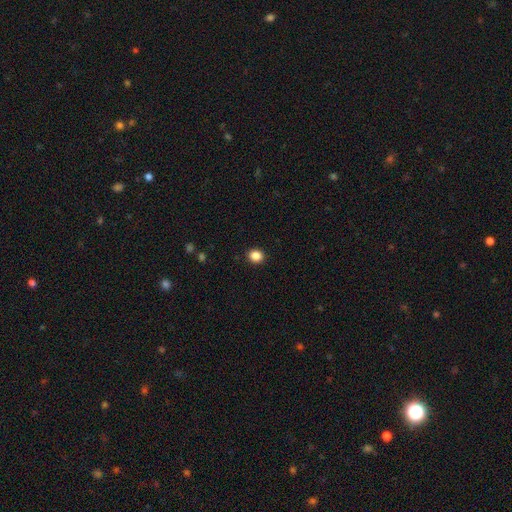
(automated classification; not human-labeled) Overall: smooth (86%). How rounded: round (74%). Merging: none (92%).